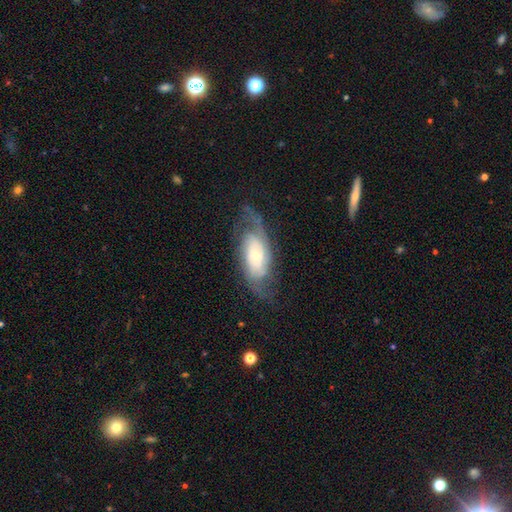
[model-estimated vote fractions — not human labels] A featured or disk galaxy (77%) with no bar (54%), 2 (56%) medium (42%) spiral arms (93%) and a small central bulge (55%). Merging: none (63%).